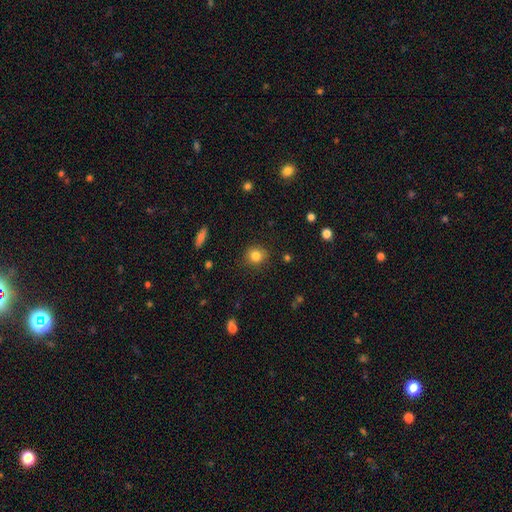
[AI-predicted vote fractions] The model was most divided on "how rounded": round: 82%, in between: 17%, cigar-shaped: 1%. More confident: merging — none (87%); smooth or featured — smooth (83%).